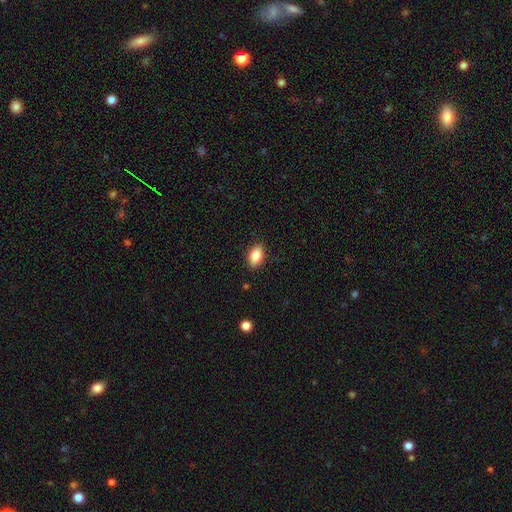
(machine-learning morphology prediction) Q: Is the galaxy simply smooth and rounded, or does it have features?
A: smooth — 84%.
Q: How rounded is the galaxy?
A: in between — 90%.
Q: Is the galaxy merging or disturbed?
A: none — 87%.